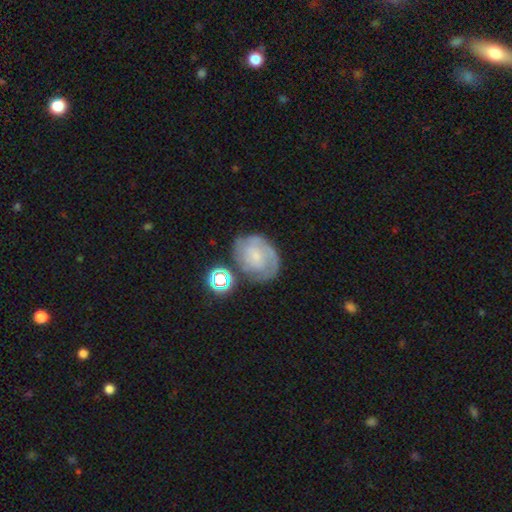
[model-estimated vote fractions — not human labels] Smooth or featured? Predicted: featured or disk (p=0.64). Edge-on disk? Predicted: no (p=0.97). Bar? Predicted: no (p=0.61). Spiral arms? Predicted: yes (p=0.83). Spiral winding? Predicted: tight (p=0.57). Spiral arm count? Predicted: can't tell (p=0.41). Bulge size? Predicted: small (p=0.57). Merging? Predicted: none (p=0.57).